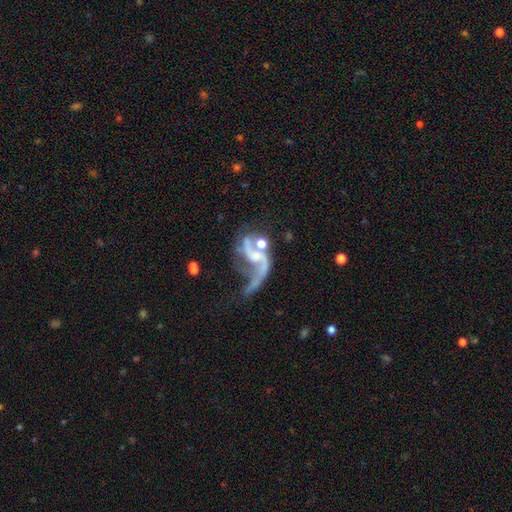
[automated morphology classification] type=featured or disk (84%); edge-on=no (97%); bar=no (48%); spiral arms=yes (91%); winding=loose (76%); arm count=2 (74%); bulge=small (47%); merging=major disturbance (34%).